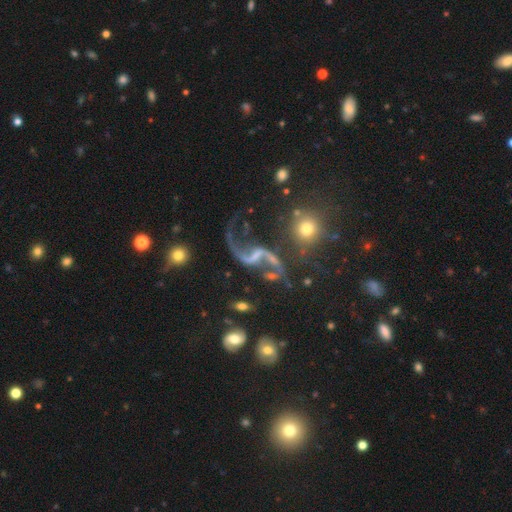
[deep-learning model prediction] A featured or disk galaxy (85%) with a weak bar (40%), 2 (88%) loose (87%) spiral arms (93%) and a small central bulge (46%).

Vote fractions:
- Smooth or featured? featured or disk: 85% / star or artifact: 9% / smooth: 6%
- Edge-on disk? no: 97% / yes: 3%
- Bar? weak: 40% / strong: 31% / no: 29%
- Spiral arms? yes: 93% / no: 7%
- Spiral winding? loose: 87% / medium: 10% / tight: 3%
- Spiral arm count? 2: 88% / 1: 7% / can't tell: 2% / 3: 1% / 4: 1% / more than 4: 1%
- Bulge size? small: 46% / none: 34% / moderate: 15% / large: 3% / dominant: 2%
- Merging? none: 48% / major disturbance: 25% / minor disturbance: 18% / merger: 10%